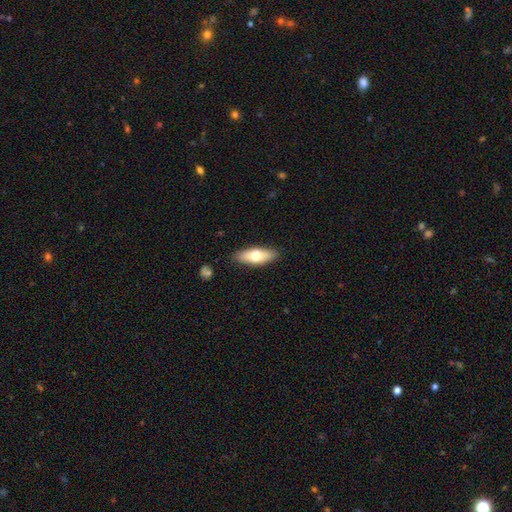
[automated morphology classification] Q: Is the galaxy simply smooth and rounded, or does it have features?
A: smooth — 64%.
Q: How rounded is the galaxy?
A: in between — 71%.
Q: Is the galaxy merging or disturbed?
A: none — 87%.